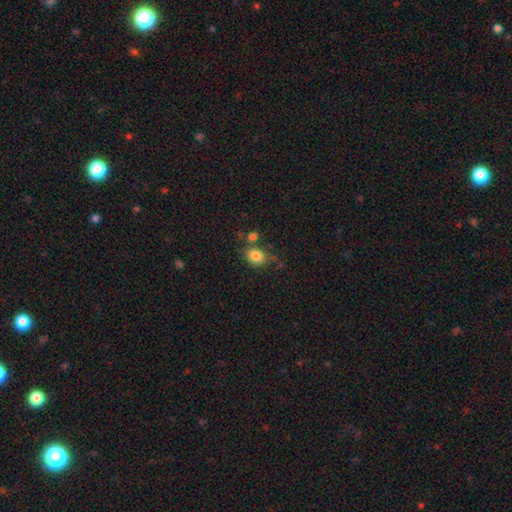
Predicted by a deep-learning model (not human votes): Smooth or featured? smooth (83%)
How rounded? in between (59%)
Merging? none (63%)